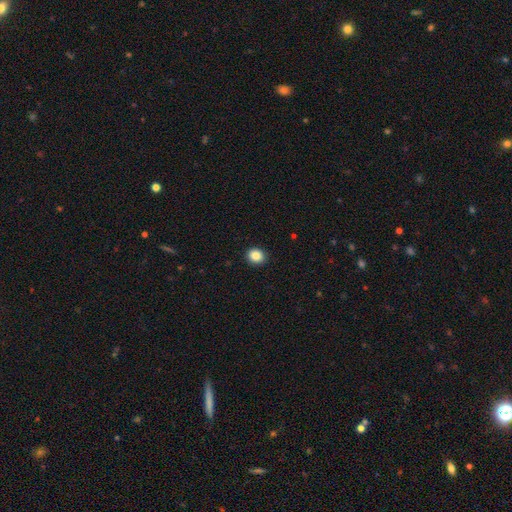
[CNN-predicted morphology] Smooth or featured? Predicted: smooth (p=0.86). How rounded? Predicted: round (p=0.69). Merging? Predicted: none (p=0.92).